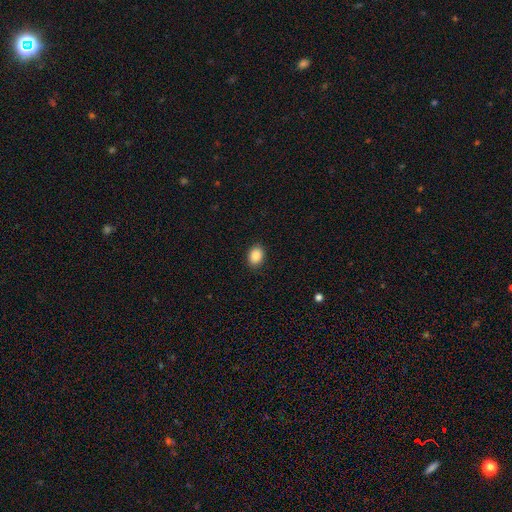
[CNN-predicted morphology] Overall: smooth (89%). How rounded: in between (67%; round 32%). Merging: none (90%).